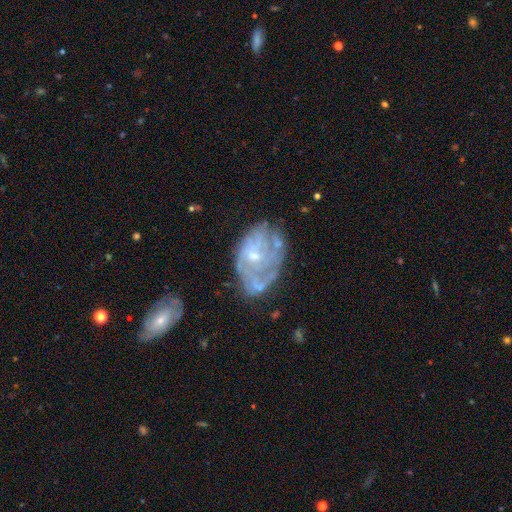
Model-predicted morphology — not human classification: featured or disk 72%, smooth 19%, star or artifact 9%. Down the decision tree: edge-on disk — no (97%); bar — no (75%); spiral arms — yes (59%); bulge size — small (64%); merging — none (47%).